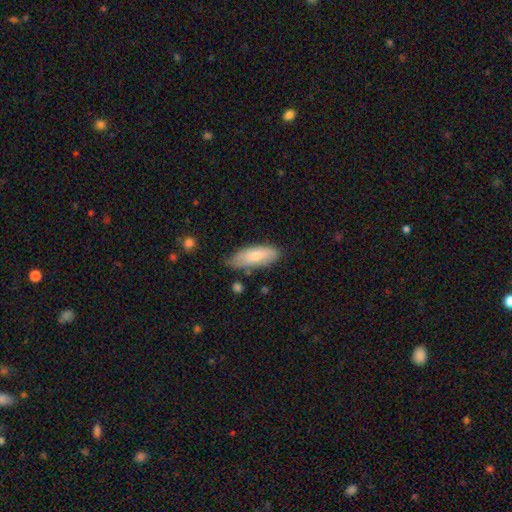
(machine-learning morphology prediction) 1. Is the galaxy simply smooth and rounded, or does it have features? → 74% smooth, 20% featured or disk, 6% star or artifact.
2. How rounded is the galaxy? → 73% in between, 24% cigar-shaped, 2% round.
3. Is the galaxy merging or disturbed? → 67% none, 25% minor disturbance, 5% major disturbance, 3% merger.